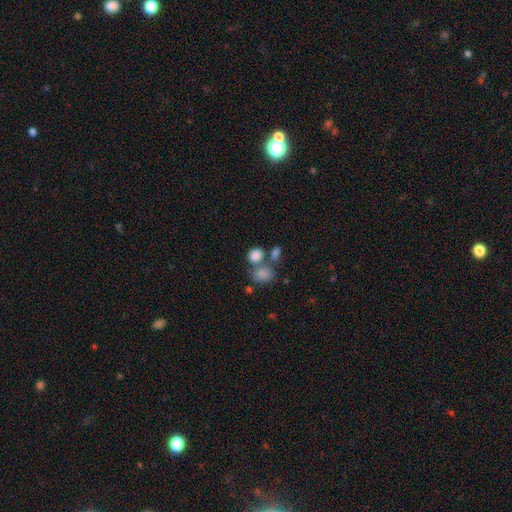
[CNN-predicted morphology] smooth_or_featured: smooth (p=0.81) [alt: star or artifact p=0.10]
how_rounded: round (p=0.54) [alt: in between p=0.44]
merging: none (p=0.44) [alt: merger p=0.40]